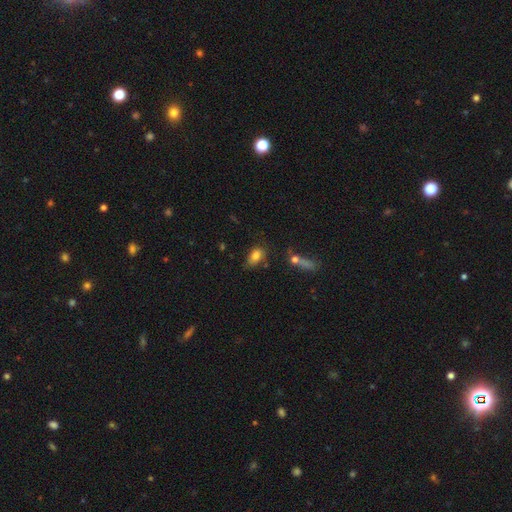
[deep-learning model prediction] Overall: smooth (80%). How rounded: in between (83%). Merging: none (58%; minor disturbance 25%).